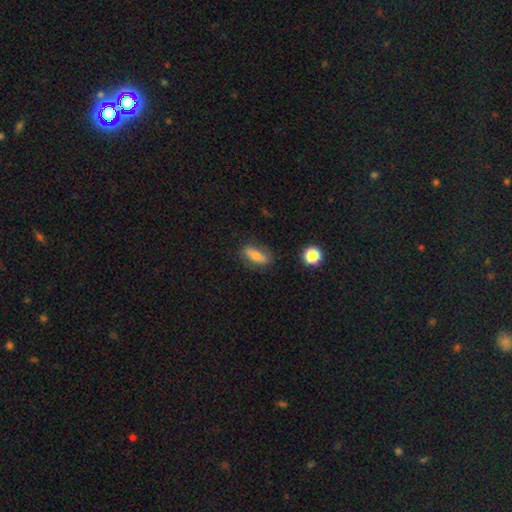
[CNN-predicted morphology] The model was most divided on "how rounded": in between: 62%, cigar-shaped: 33%, round: 6%. More confident: merging — none (78%); smooth or featured — smooth (70%).